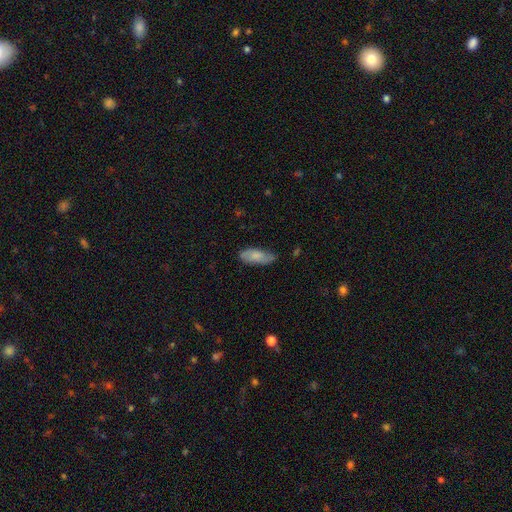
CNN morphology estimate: smooth_or_featured: smooth (p=0.75) [alt: featured or disk p=0.19]
how_rounded: in between (p=0.80) [alt: cigar-shaped p=0.18]
merging: none (p=0.66) [alt: minor disturbance p=0.27]